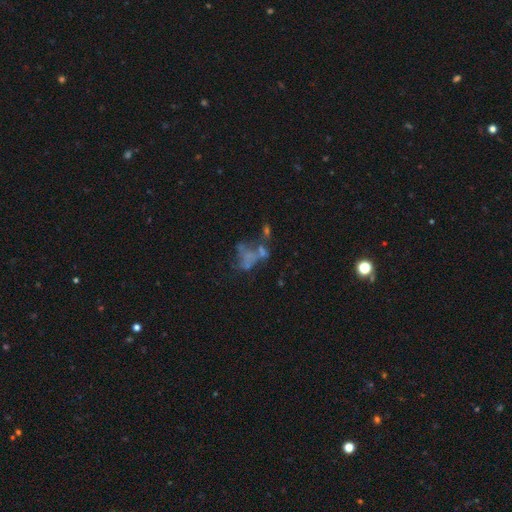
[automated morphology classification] type=featured or disk (49%); merging=none (32%).